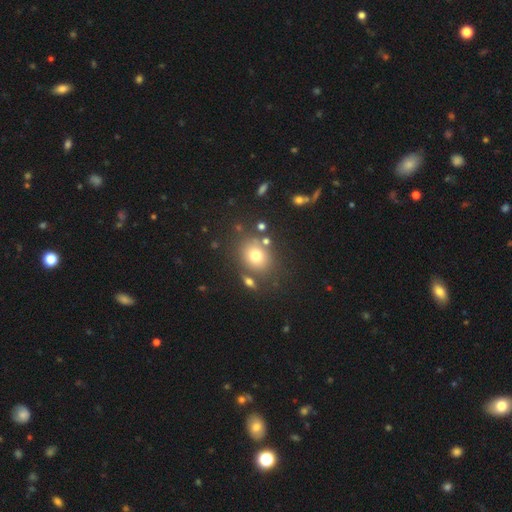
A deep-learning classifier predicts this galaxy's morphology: smooth-or-featured: smooth: 74% | star or artifact: 14% | featured or disk: 13%
  how-rounded: round: 63% | in between: 36% | cigar-shaped: 1%
  merging: none: 75% | minor disturbance: 11% | merger: 9% | major disturbance: 4%